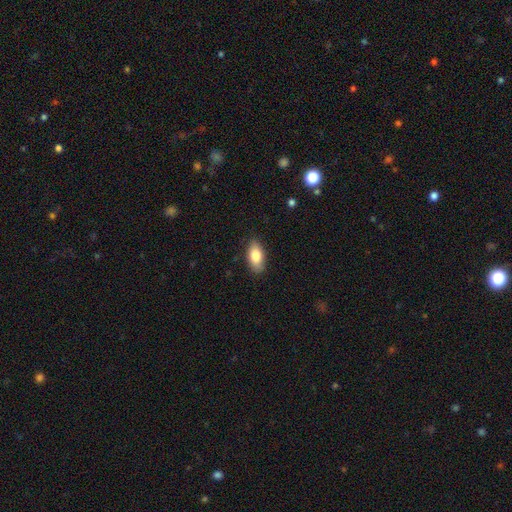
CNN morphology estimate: A smooth galaxy with no disk features (81%) that is in between round and cigar-shaped (91%).

Vote fractions:
- Smooth or featured? smooth: 81% / featured or disk: 12% / star or artifact: 6%
- How rounded? in between: 91% / cigar-shaped: 5% / round: 4%
- Merging? none: 86% / minor disturbance: 11% / major disturbance: 2% / merger: 1%